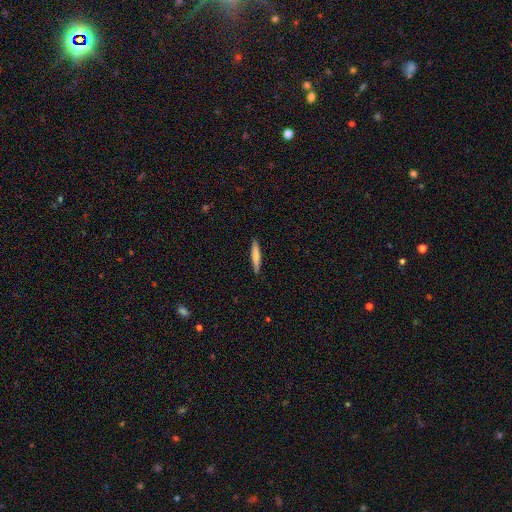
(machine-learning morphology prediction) Smooth or featured?
  - smooth: 72% *
  - featured or disk: 22%
  - star or artifact: 6%
How rounded?
  - cigar-shaped: 90% *
  - in between: 9%
  - round: 1%
Merging?
  - none: 90% *
  - minor disturbance: 8%
  - major disturbance: 1%
  - merger: 1%